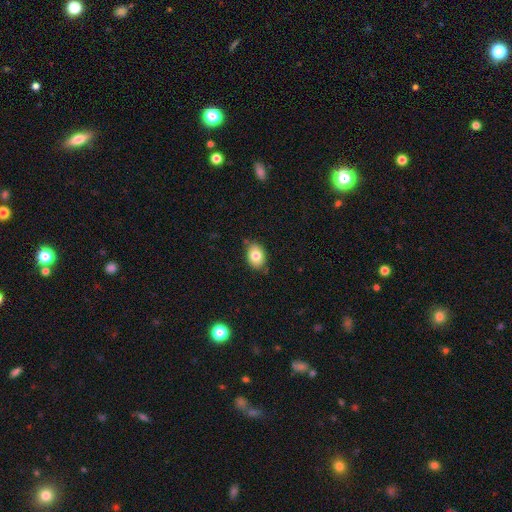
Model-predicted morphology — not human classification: smooth_or_featured: smooth (p=0.80) [alt: featured or disk p=0.11]
how_rounded: in between (p=0.77) [alt: round p=0.22]
merging: none (p=0.79) [alt: minor disturbance p=0.16]